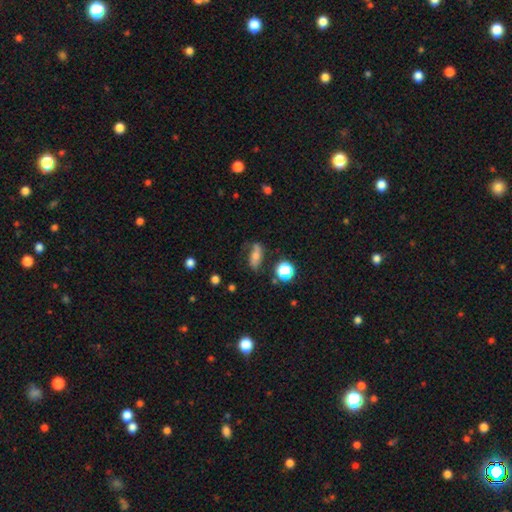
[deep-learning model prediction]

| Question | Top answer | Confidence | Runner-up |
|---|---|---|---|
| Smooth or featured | smooth | 53% | featured or disk (34%) |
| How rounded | in between | 72% | cigar-shaped (17%) |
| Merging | none | 63% | minor disturbance (23%) |